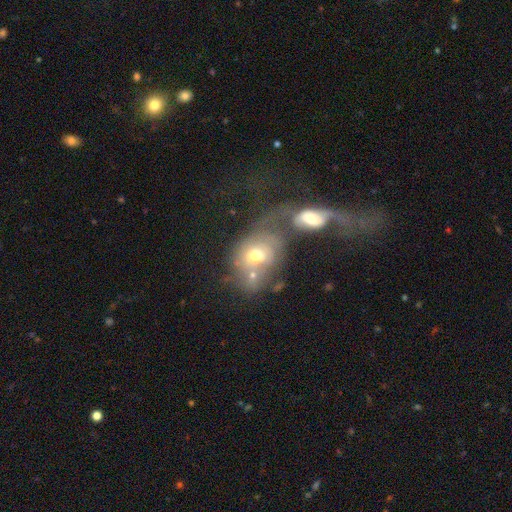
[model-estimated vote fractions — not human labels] This appears to be a smooth galaxy with no disk features (51%) that is in between round and cigar-shaped (61%). Merging: merger (51%).